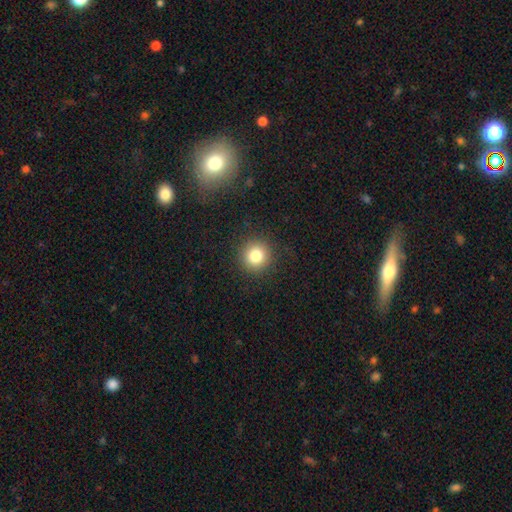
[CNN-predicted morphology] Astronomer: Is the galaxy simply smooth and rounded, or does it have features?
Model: smooth — 82%.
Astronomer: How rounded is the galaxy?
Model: round — 94%.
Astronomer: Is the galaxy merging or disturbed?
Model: none — 90%.